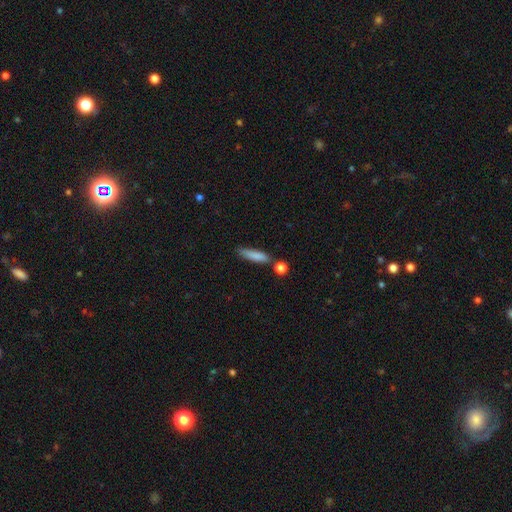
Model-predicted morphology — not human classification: Smooth or featured? smooth (81%)
How rounded? cigar-shaped (81%)
Merging? none (71%)